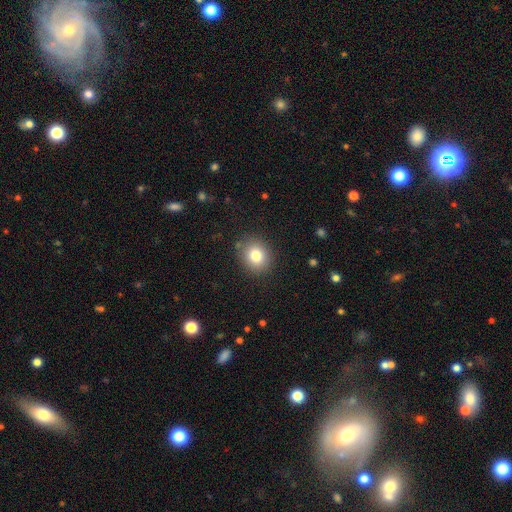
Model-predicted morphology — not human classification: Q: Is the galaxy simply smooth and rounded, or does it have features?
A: smooth — 80%.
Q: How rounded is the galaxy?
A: round — 70%.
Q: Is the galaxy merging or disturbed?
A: none — 87%.